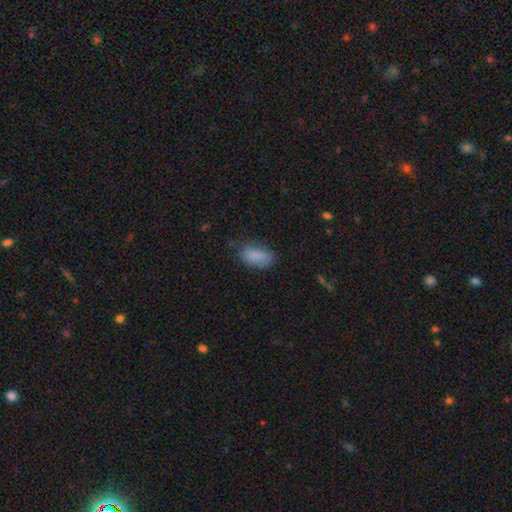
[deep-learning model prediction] A smooth galaxy with no disk features (86%) that is in between round and cigar-shaped (92%). Merging: none (70%).